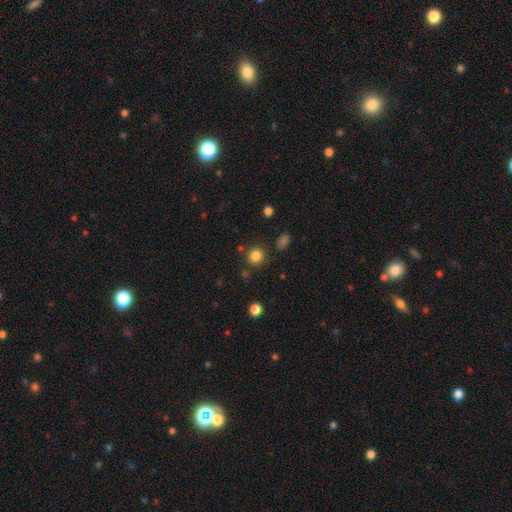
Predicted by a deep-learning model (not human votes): Morphology: type=smooth (83%); roundness=round (90%); merging=none (84%).